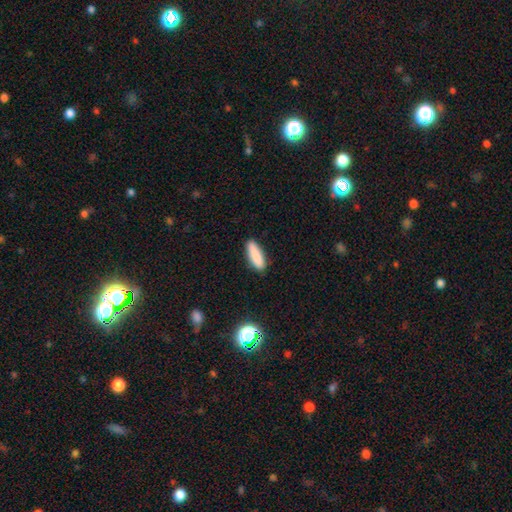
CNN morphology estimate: Overall: smooth (86%). How rounded: cigar-shaped (56%; in between 42%). Merging: none (87%).